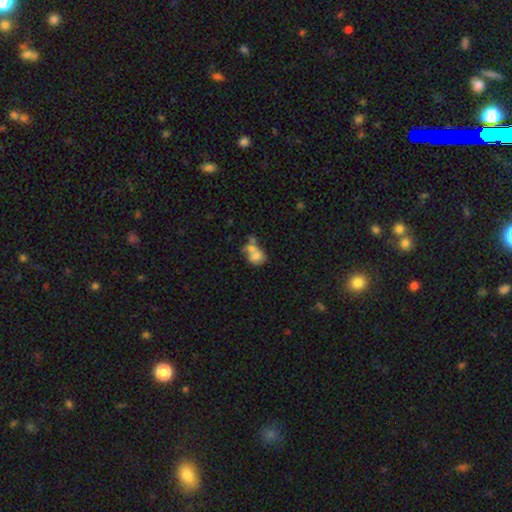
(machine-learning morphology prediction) Smooth or featured?
  - smooth: 67% *
  - featured or disk: 22%
  - star or artifact: 11%
How rounded?
  - in between: 53% *
  - round: 45%
  - cigar-shaped: 1%
Merging?
  - merger: 57% *
  - none: 22%
  - minor disturbance: 11%
  - major disturbance: 10%